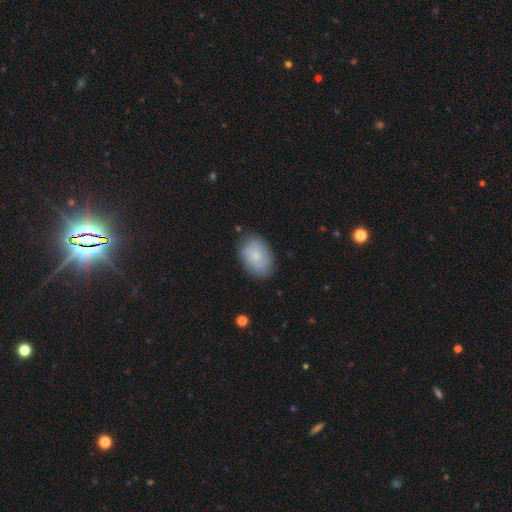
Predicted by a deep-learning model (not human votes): The model was most divided on "smooth or featured": smooth: 71%, featured or disk: 22%, star or artifact: 7%. More confident: how rounded — in between (83%); merging — none (79%).